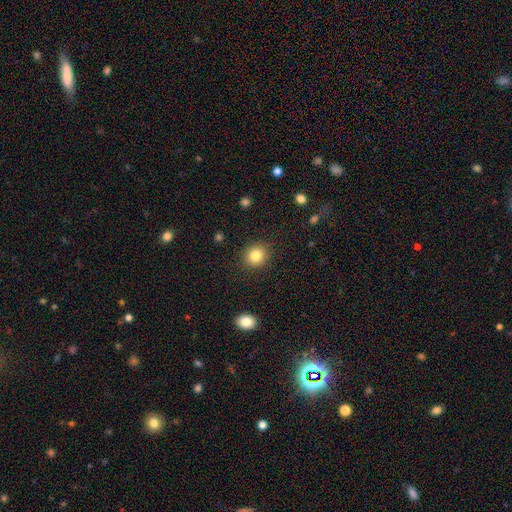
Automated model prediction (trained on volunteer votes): Smooth or featured? smooth (83%)
How rounded? round (81%)
Merging? none (89%)